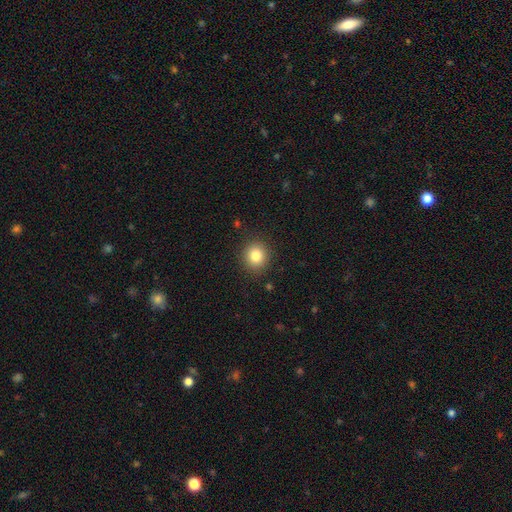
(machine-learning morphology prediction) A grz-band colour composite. It shows a smooth galaxy with no disk features (83%) that is round (83%). Merging: none (89%).